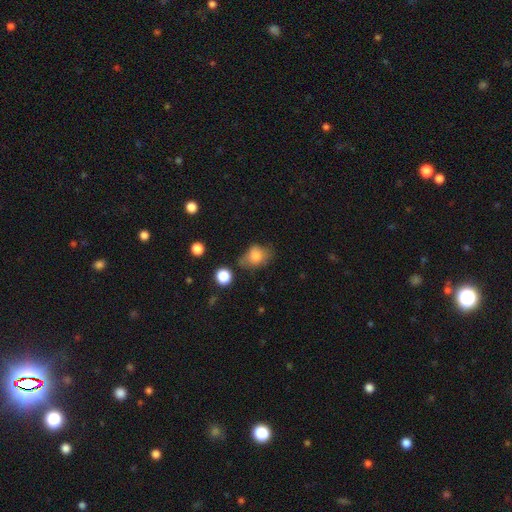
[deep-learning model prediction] smooth 77%, featured or disk 13%, star or artifact 10%. Down the decision tree: how rounded — in between (61%); merging — none (49%).